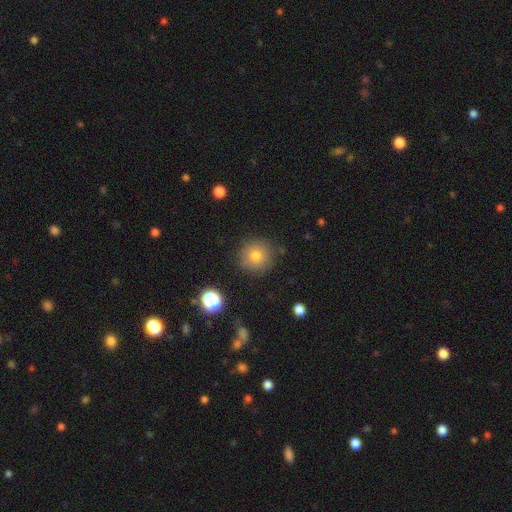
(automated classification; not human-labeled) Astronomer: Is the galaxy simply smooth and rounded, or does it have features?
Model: smooth — 78%.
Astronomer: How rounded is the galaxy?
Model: round — 93%.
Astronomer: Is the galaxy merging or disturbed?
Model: none — 86%.